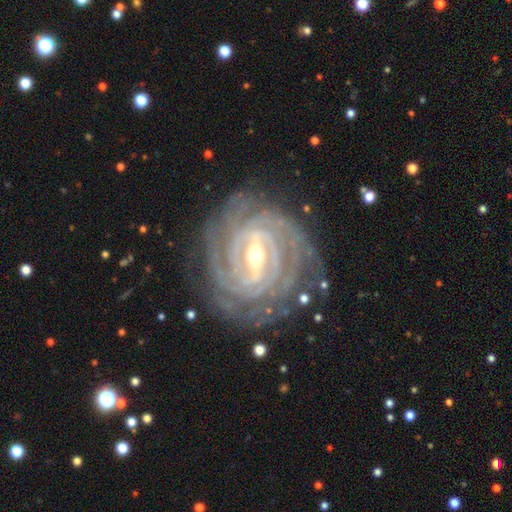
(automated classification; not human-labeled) This appears to be a featured or disk galaxy (93%) with a strong bar (69%), 4 (30%) tight (87%) spiral arms (98%) and a moderate central bulge (55%). Merging: none (82%).